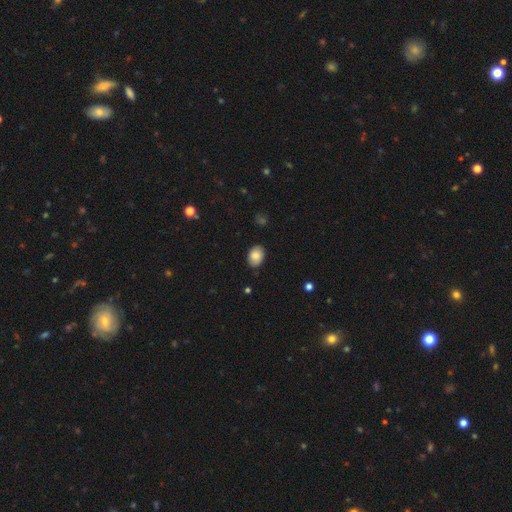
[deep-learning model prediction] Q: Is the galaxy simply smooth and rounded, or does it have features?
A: smooth — 84%.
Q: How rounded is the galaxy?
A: in between — 75%.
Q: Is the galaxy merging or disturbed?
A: none — 84%.